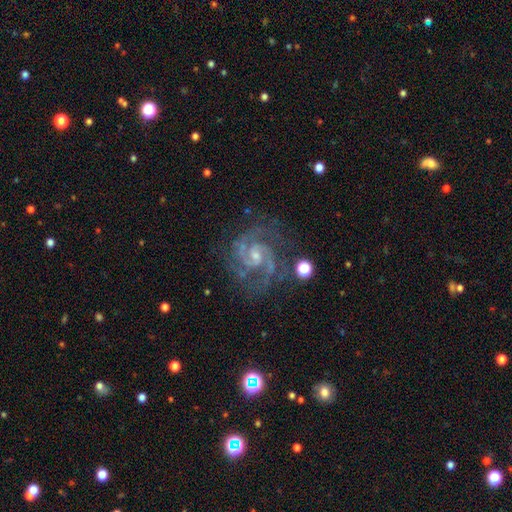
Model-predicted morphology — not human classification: A featured or disk galaxy (92%) with no bar (47%), 2 (75%) medium (49%) spiral arms (99%) and a small central bulge (63%).

Vote fractions:
- Smooth or featured? featured or disk: 92% / star or artifact: 6% / smooth: 3%
- Edge-on disk? no: 98% / yes: 2%
- Bar? no: 47% / weak: 43% / strong: 10%
- Spiral arms? yes: 99% / no: 1%
- Spiral winding? medium: 49% / tight: 46% / loose: 6%
- Spiral arm count? 2: 75% / 3: 13% / can't tell: 5% / 4: 3% / 1: 2% / more than 4: 2%
- Bulge size? small: 63% / moderate: 31% / none: 4% / large: 1% / dominant: 1%
- Merging? none: 71% / minor disturbance: 18% / major disturbance: 9% / merger: 2%